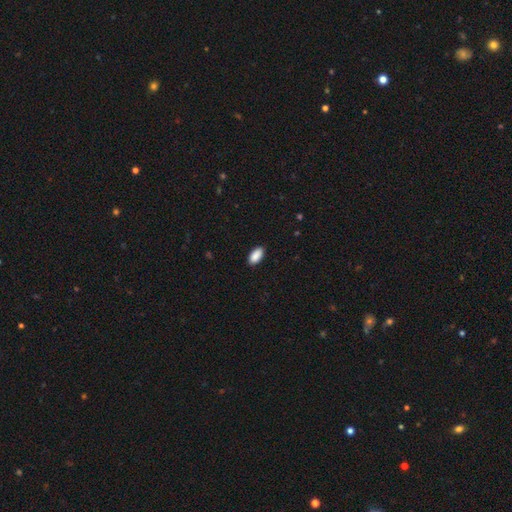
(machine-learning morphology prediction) This is clearly a smooth galaxy (90%). How rounded: clearly in between (93%). Merging: clearly none (88%).